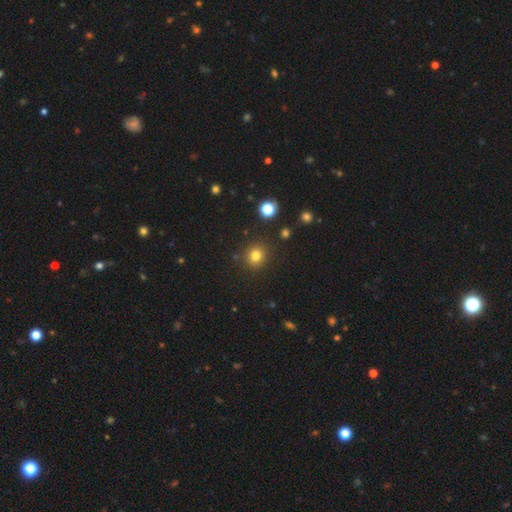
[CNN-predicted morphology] Q: Smooth or featured?
A: smooth (79%); runner-up: star or artifact (15%)
Q: How rounded?
A: round (82%); runner-up: in between (17%)
Q: Merging?
A: none (87%); runner-up: minor disturbance (8%)